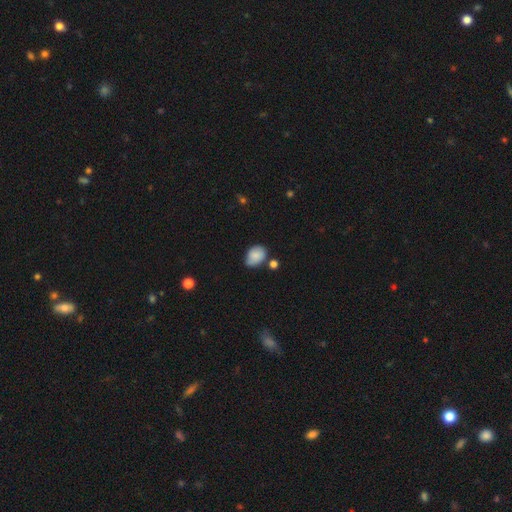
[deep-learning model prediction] Smooth or featured? Predicted: smooth (p=0.84). How rounded? Predicted: in between (p=0.75). Merging? Predicted: none (p=0.58).